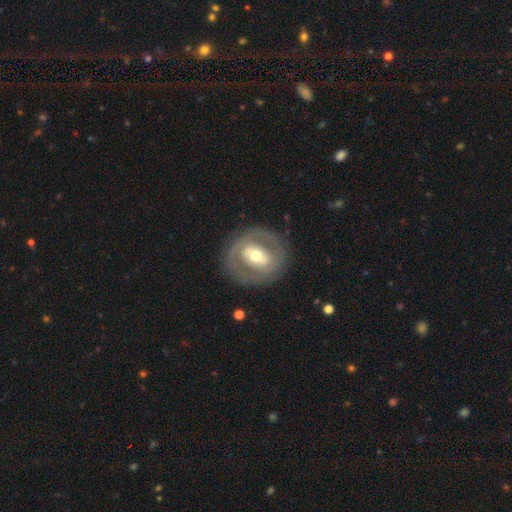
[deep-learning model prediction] This appears to be a featured or disk galaxy (64%) with a strong bar (40%), no spiral arms (71%) and a moderate central bulge (65%). Merging: none (80%).